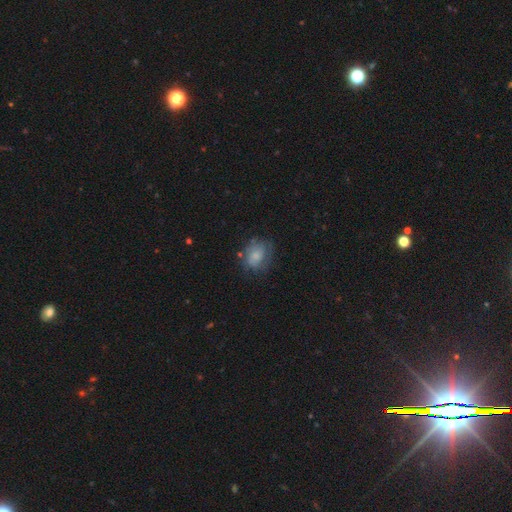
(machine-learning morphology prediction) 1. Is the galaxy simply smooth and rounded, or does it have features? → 61% smooth, 30% featured or disk, 9% star or artifact.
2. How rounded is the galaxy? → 49% round (tied), 49% in between (tied), 1% cigar-shaped.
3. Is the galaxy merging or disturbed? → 57% none, 26% minor disturbance, 14% major disturbance, 3% merger.